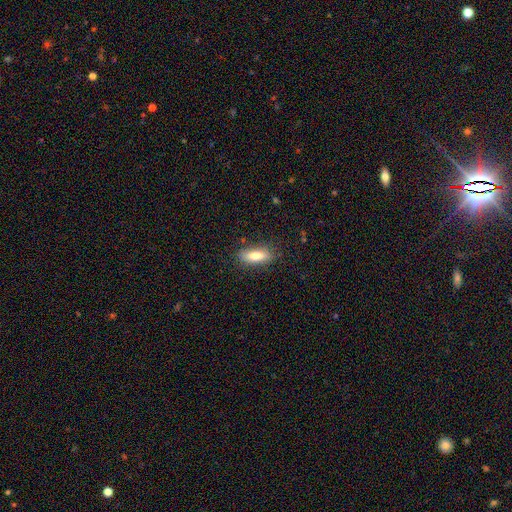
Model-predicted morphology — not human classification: A smooth galaxy with no disk features (78%) that is in between round and cigar-shaped (69%). Merging: none (83%).